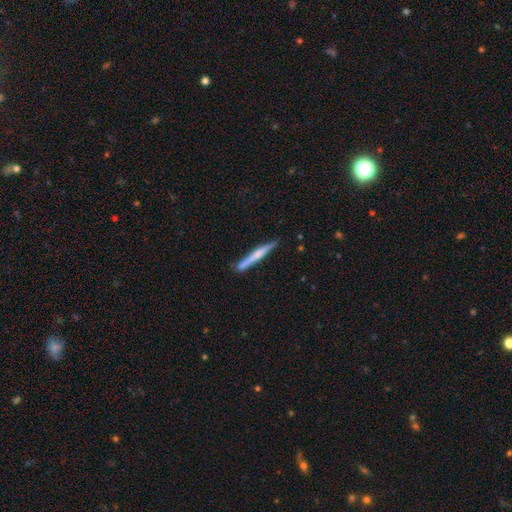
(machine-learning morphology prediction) This is possibly a featured or disk galaxy (50%). Merging: clearly none (84%).